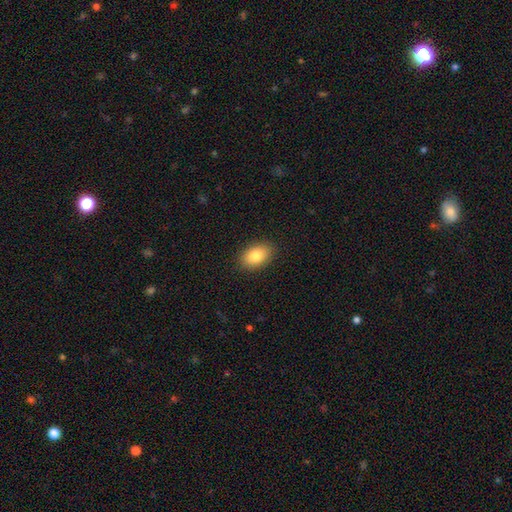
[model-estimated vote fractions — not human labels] This is clearly a smooth galaxy (82%). How rounded: clearly in between (88%). Merging: clearly none (89%).